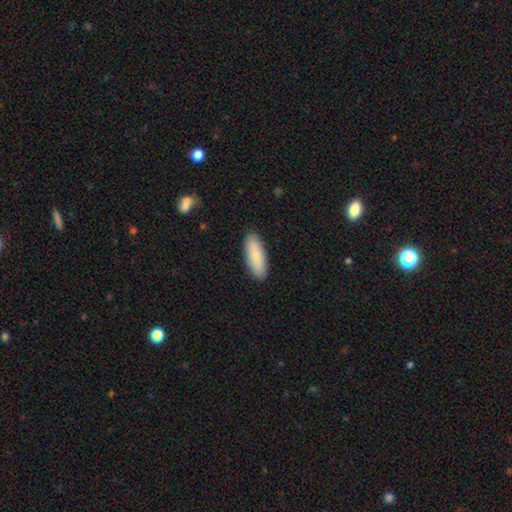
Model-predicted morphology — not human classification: This is clearly a smooth galaxy (82%). How rounded: likely in between (63%). Merging: clearly none (90%).